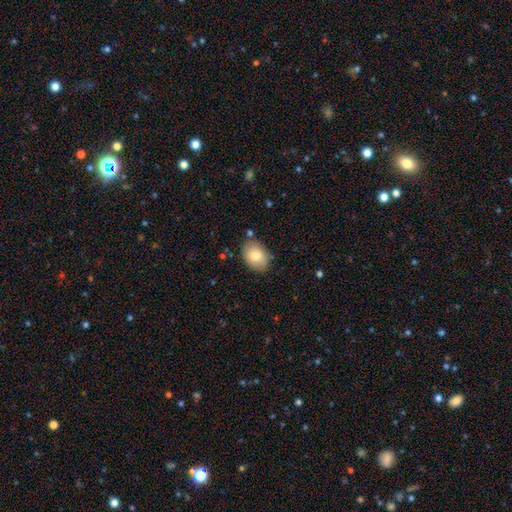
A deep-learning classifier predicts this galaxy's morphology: A smooth galaxy with no disk features (80%) that is in between round and cigar-shaped (72%). Merging: none (83%).